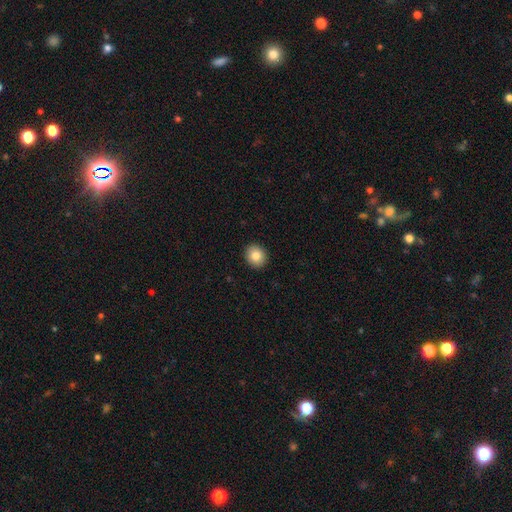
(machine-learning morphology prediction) A smooth galaxy with no disk features (82%) that is round (79%).

Vote fractions:
- Smooth or featured? smooth: 82% / featured or disk: 9% / star or artifact: 9%
- How rounded? round: 79% / in between: 20% / cigar-shaped: 1%
- Merging? none: 92% / minor disturbance: 5% / major disturbance: 1% / merger: 1%